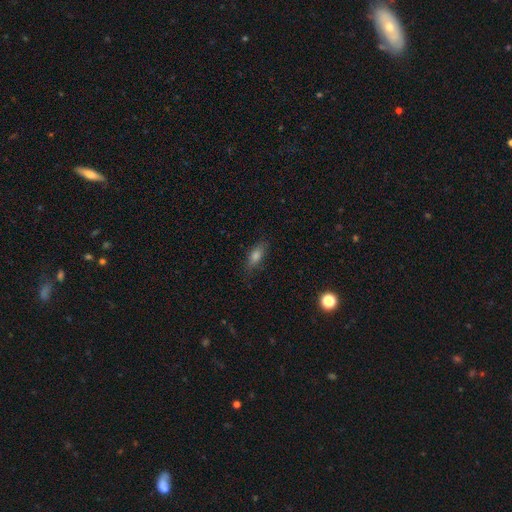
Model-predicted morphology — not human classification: smooth 69%, featured or disk 19%, star or artifact 11%. Down the decision tree: how rounded — in between (63%); merging — none (81%).